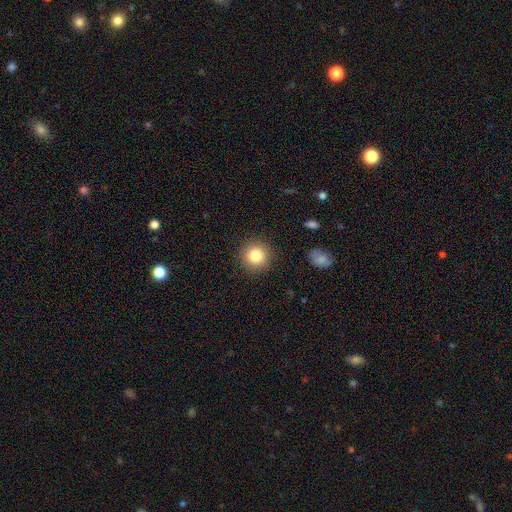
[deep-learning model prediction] Q: Smooth or featured?
A: smooth (83%); runner-up: star or artifact (10%)
Q: How rounded?
A: round (95%); runner-up: in between (4%)
Q: Merging?
A: none (90%); runner-up: minor disturbance (6%)